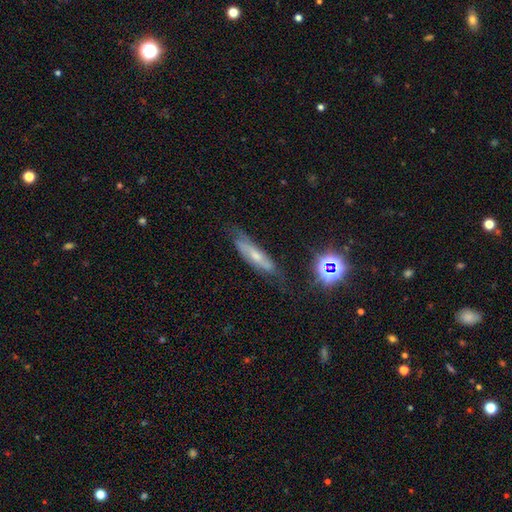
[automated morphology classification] The model was most divided on "edge-on disk": no: 57%, yes: 43%. More confident: merging — none (66%); smooth or featured — featured or disk (54%).